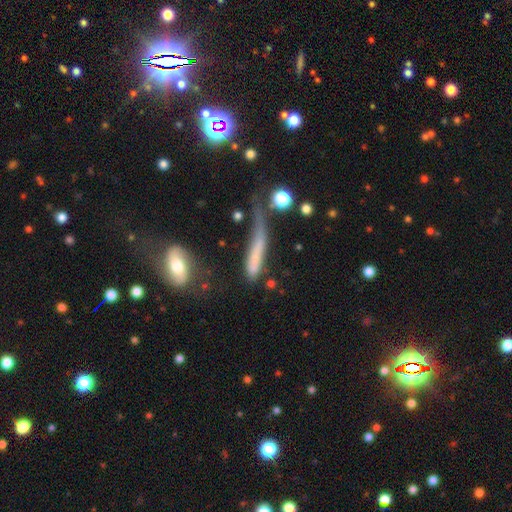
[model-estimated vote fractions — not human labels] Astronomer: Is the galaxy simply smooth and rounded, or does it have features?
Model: smooth — 58%.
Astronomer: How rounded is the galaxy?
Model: cigar-shaped — 82%.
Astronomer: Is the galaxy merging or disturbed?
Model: major disturbance — 34% (runner-up: none, 30%).